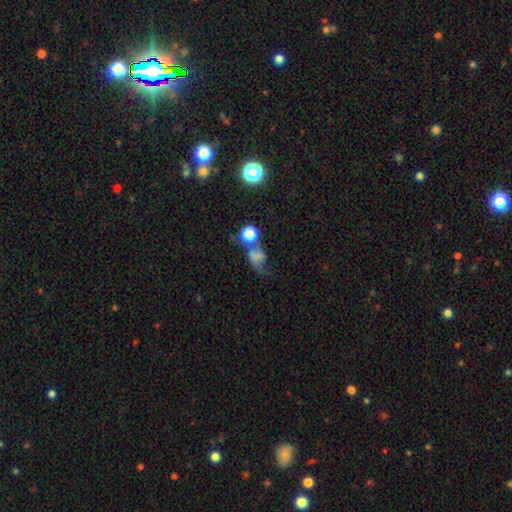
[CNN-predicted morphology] Smooth or featured? smooth (57%)
How rounded? in between (53%)
Merging? merger (37%)